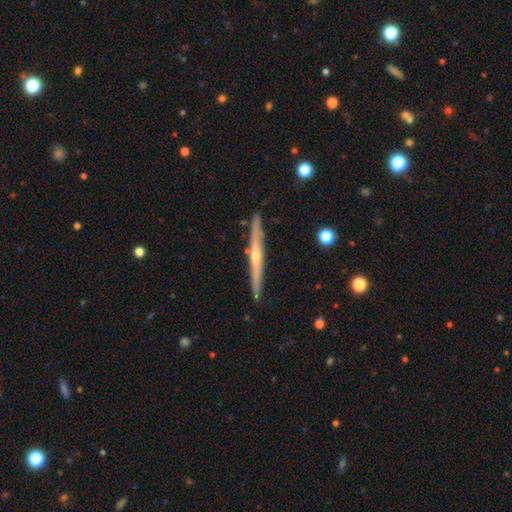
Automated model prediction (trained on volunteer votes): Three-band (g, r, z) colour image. It shows a featured or disk galaxy (77%) viewed edge-on (98%) with a rounded central bulge (78%). Merging: none (91%).